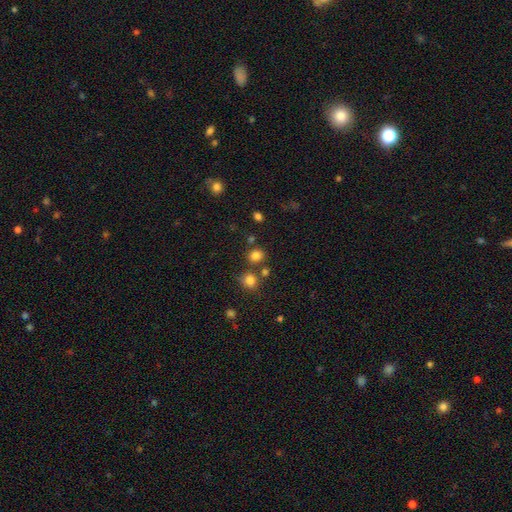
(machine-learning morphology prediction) smooth 80%, star or artifact 15%, featured or disk 5%. Down the decision tree: how rounded — round (79%); merging — none (75%).